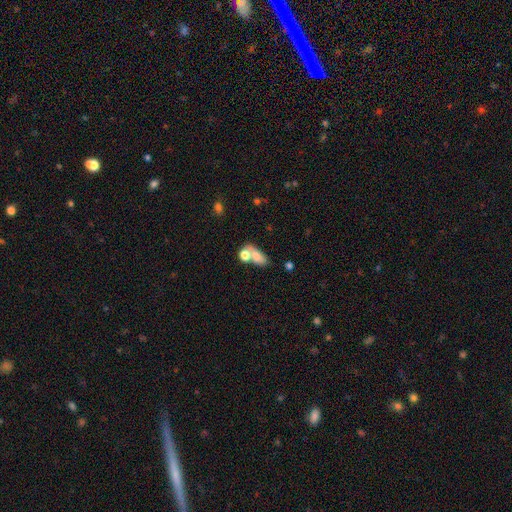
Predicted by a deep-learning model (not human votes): A smooth galaxy with no disk features (71%) that is in between round and cigar-shaped (76%). Merging: merger (50%).